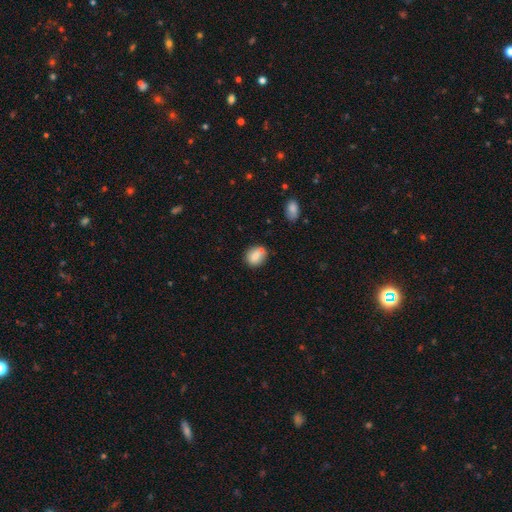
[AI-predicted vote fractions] A smooth galaxy with no disk features (77%) that is round (60%).

Vote fractions:
- Smooth or featured? smooth: 77% / featured or disk: 14% / star or artifact: 9%
- How rounded? round: 60% / in between: 39% / cigar-shaped: 1%
- Merging? none: 61% / merger: 18% / minor disturbance: 17% / major disturbance: 4%